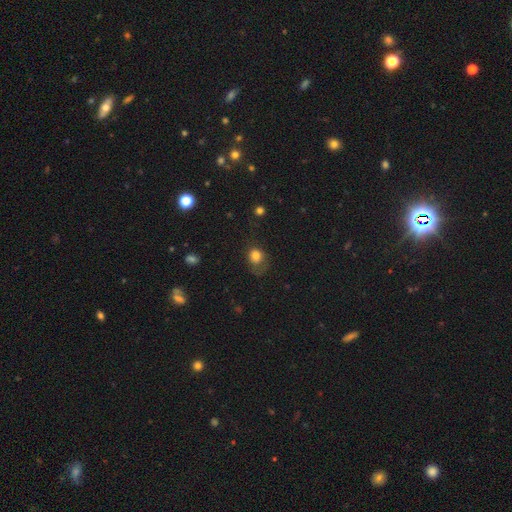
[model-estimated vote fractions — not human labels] This is likely a smooth galaxy (79%). How rounded: likely round (65%). Merging: possibly none (48%).